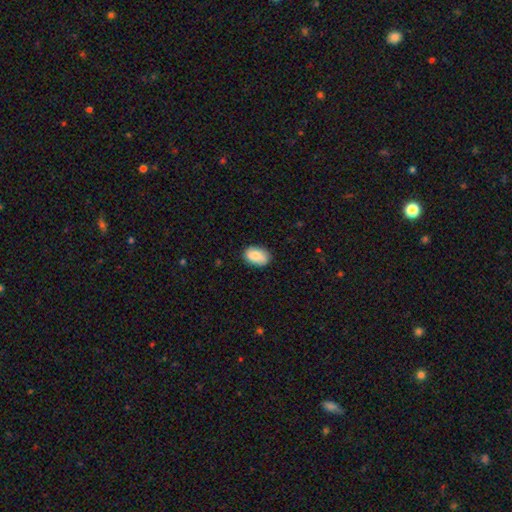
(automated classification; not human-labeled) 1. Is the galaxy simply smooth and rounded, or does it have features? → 85% smooth, 9% featured or disk, 7% star or artifact.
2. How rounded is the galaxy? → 89% in between, 10% round, 1% cigar-shaped.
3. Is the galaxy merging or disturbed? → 83% none, 14% minor disturbance, 2% major disturbance, 1% merger.